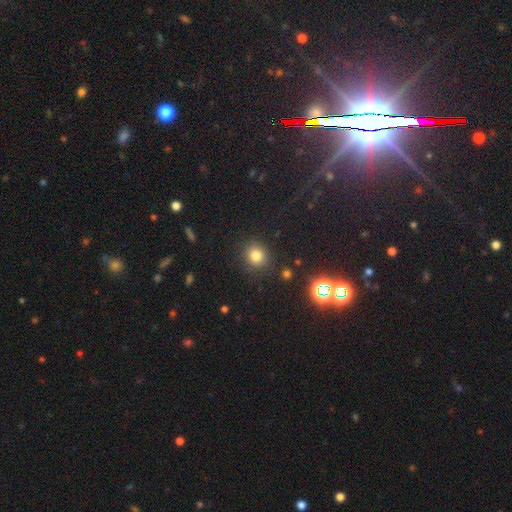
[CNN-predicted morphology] A smooth galaxy with no disk features (79%) that is round (84%). Merging: none (87%).